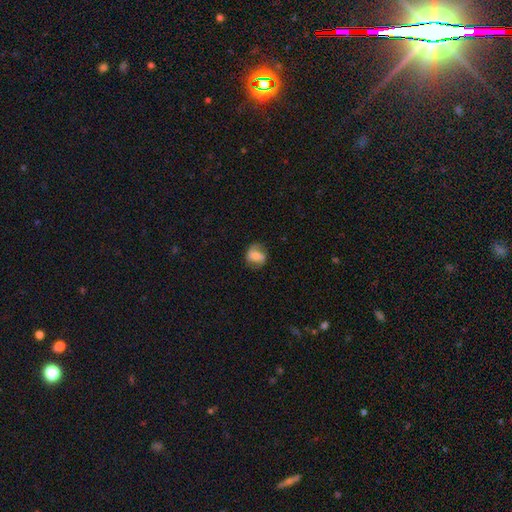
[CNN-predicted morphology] smooth 51%, featured or disk 40%, star or artifact 9%. Down the decision tree: how rounded — round (59%); merging — none (69%).